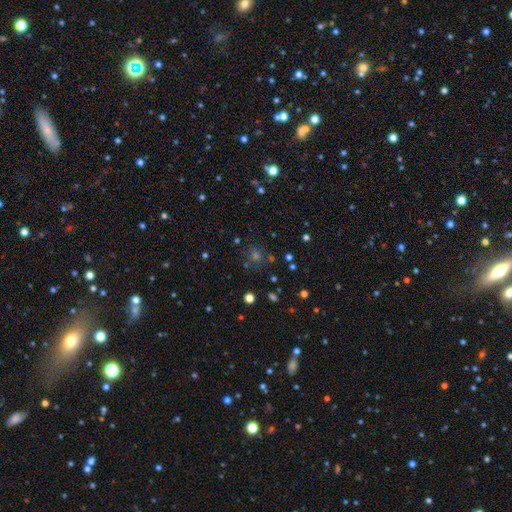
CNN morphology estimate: Smooth or featured: smooth — 48% (star or artifact — 43%)
Merging: none — 83% (minor disturbance — 9%)